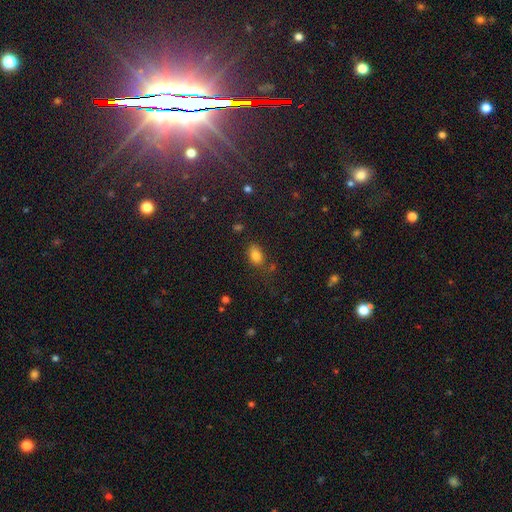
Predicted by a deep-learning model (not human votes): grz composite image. It shows a smooth galaxy with no disk features (80%) that is in between round and cigar-shaped (81%). Merging: none (70%).